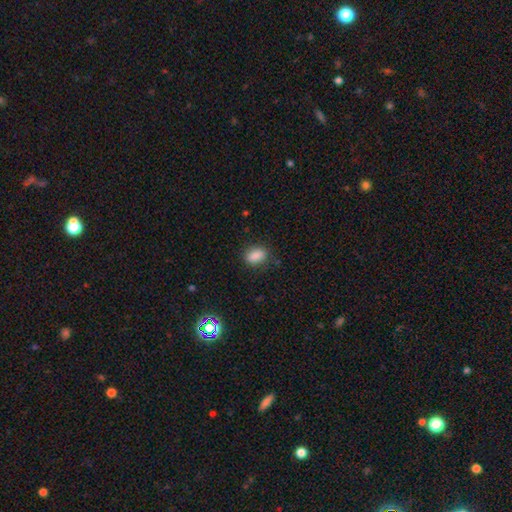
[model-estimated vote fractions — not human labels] The model was most divided on "how rounded": in between: 81%, round: 16%, cigar-shaped: 3%. More confident: smooth or featured — smooth (86%); merging — none (80%).